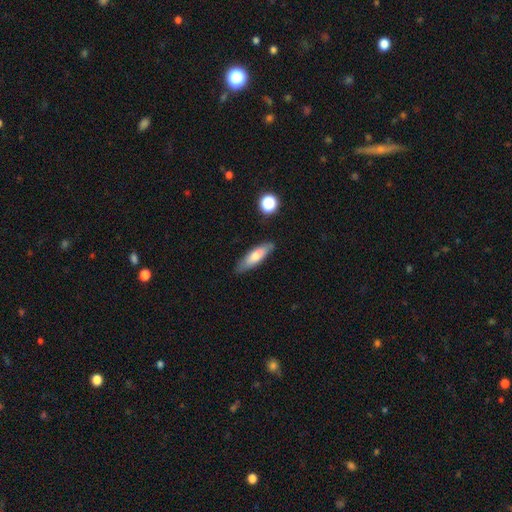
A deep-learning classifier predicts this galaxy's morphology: A smooth galaxy with no disk features (70%) that is cigar-shaped (57%).

Vote fractions:
- Smooth or featured? smooth: 70% / featured or disk: 23% / star or artifact: 7%
- How rounded? cigar-shaped: 57% / in between: 41% / round: 2%
- Merging? none: 81% / minor disturbance: 14% / major disturbance: 3% / merger: 2%